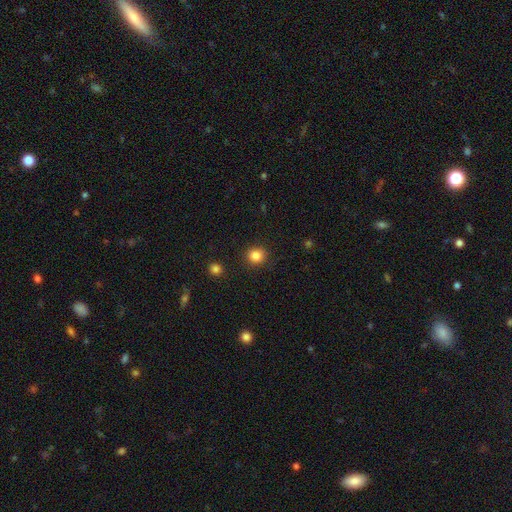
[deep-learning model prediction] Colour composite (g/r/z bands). It shows a smooth galaxy with no disk features (84%) that is round (87%). Merging: none (90%).